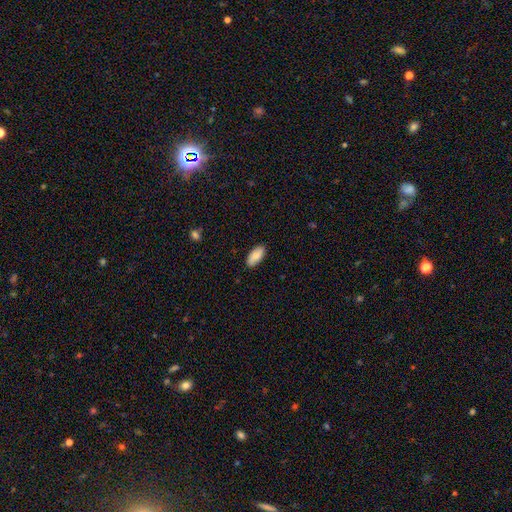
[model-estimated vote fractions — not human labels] Smooth or featured? Predicted: smooth (p=0.85). How rounded? Predicted: in between (p=0.91). Merging? Predicted: none (p=0.88).